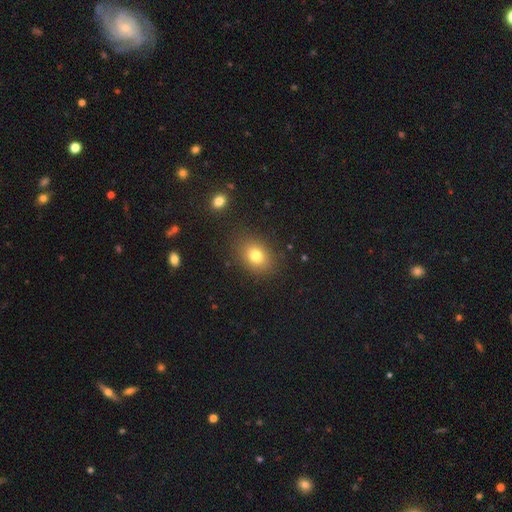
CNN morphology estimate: Smooth or featured? Predicted: smooth (p=0.77). How rounded? Predicted: in between (p=0.62). Merging? Predicted: none (p=0.85).